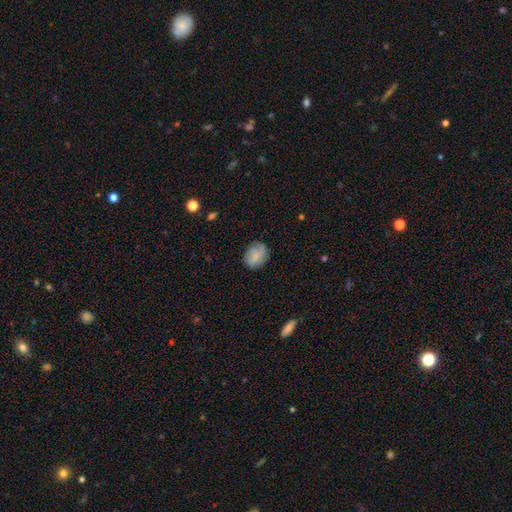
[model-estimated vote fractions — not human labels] Overall: smooth (73%). How rounded: in between (58%; round 40%). Merging: none (72%).